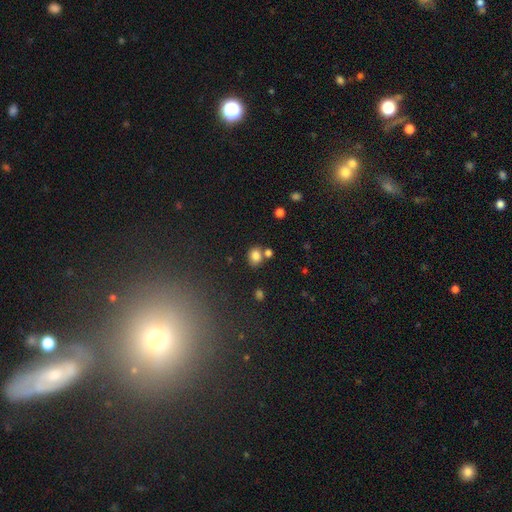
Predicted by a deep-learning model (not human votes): smooth-or-featured: smooth: 81% | star or artifact: 12% | featured or disk: 7%
  how-rounded: round: 59% | in between: 40% | cigar-shaped: 1%
  merging: none: 65% | merger: 20% | minor disturbance: 11% | major disturbance: 4%